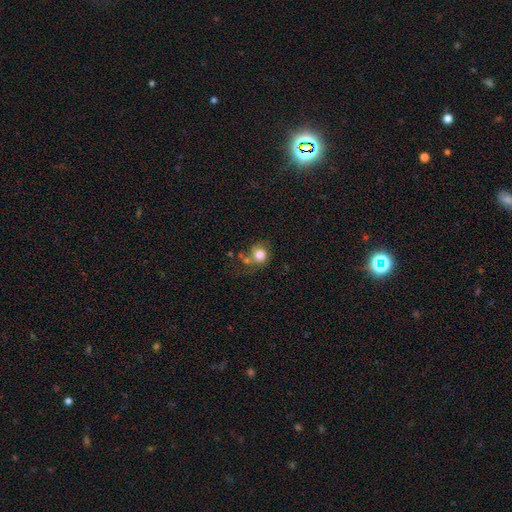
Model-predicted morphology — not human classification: Smooth or featured? smooth (64%)
How rounded? round (85%)
Merging? none (54%)